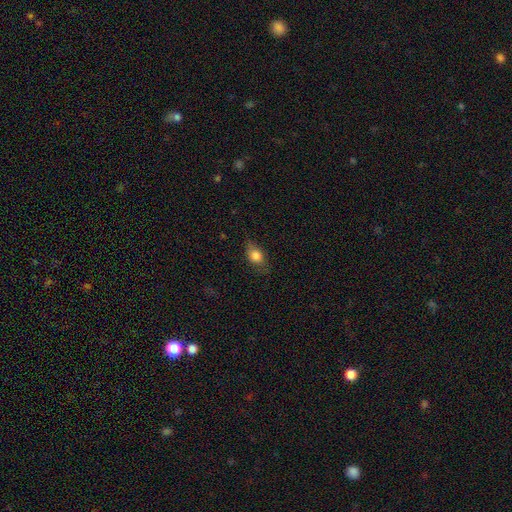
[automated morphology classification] A smooth galaxy with no disk features (77%) that is in between round and cigar-shaped (74%).

Vote fractions:
- Smooth or featured? smooth: 77% / featured or disk: 14% / star or artifact: 8%
- How rounded? in between: 74% / round: 20% / cigar-shaped: 6%
- Merging? none: 70% / minor disturbance: 23% / major disturbance: 6% / merger: 1%